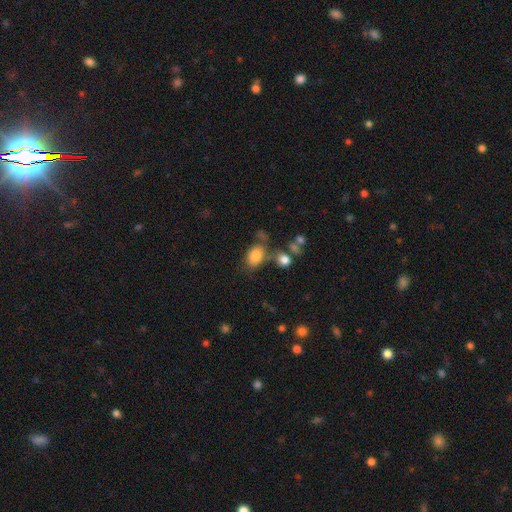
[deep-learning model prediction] Smooth or featured: smooth — 82% (star or artifact — 10%)
How rounded: in between — 80% (round — 19%)
Merging: none — 56% (merger — 19%)